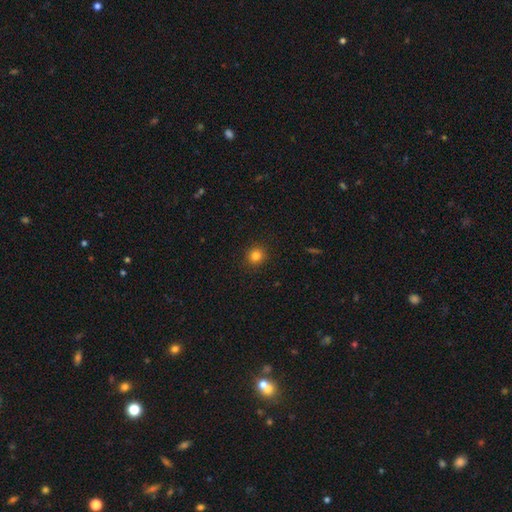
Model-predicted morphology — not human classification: Smooth or featured? smooth (82%)
How rounded? round (91%)
Merging? none (92%)